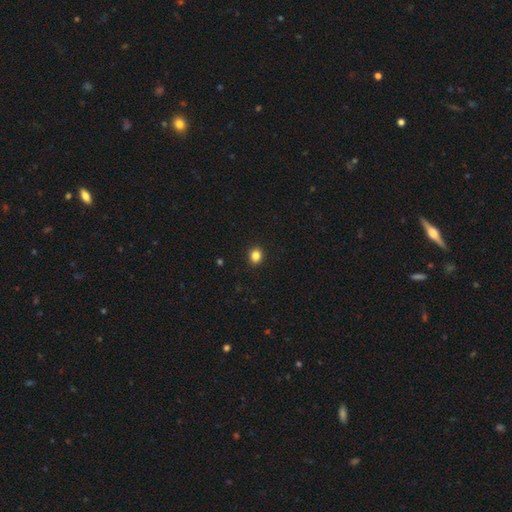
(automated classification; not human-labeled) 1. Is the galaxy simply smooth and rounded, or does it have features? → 84% smooth, 11% star or artifact, 4% featured or disk.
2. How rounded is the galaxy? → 58% round, 40% in between, 1% cigar-shaped.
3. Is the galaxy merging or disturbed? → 91% none, 6% minor disturbance, 2% major disturbance, 1% merger.